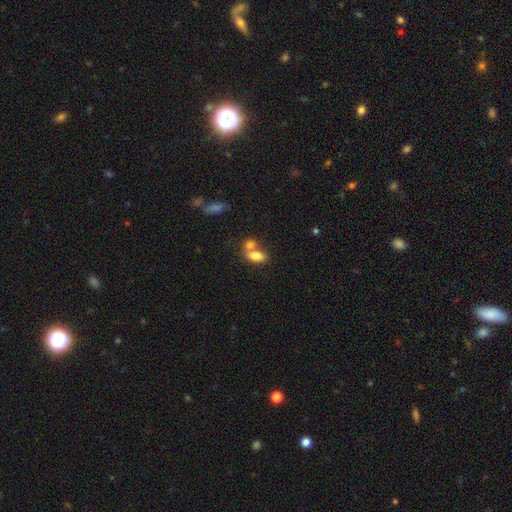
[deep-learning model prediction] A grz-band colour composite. It shows a smooth galaxy with no disk features (80%) that is in between round and cigar-shaped (88%). Merging: merger (48%).